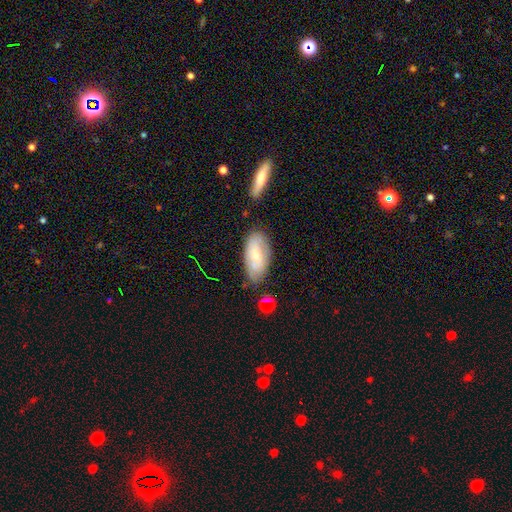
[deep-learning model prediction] Smooth or featured?
  - smooth: 57% *
  - featured or disk: 36%
  - star or artifact: 7%
How rounded?
  - in between: 91% *
  - cigar-shaped: 6%
  - round: 3%
Merging?
  - none: 70% *
  - minor disturbance: 20%
  - merger: 6%
  - major disturbance: 5%